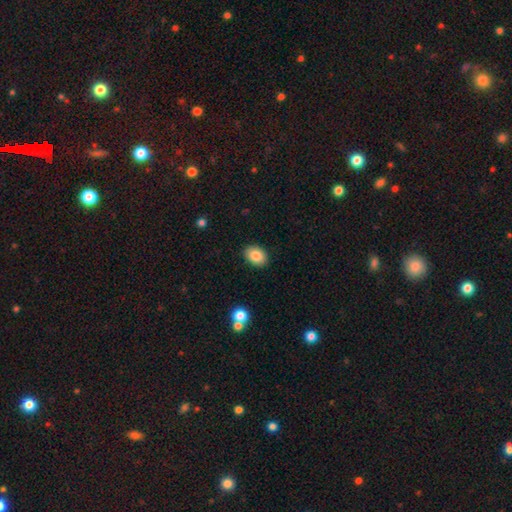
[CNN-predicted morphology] The model was most divided on "how rounded": in between: 75%, round: 24%, cigar-shaped: 1%. More confident: merging — none (89%); smooth or featured — smooth (84%).